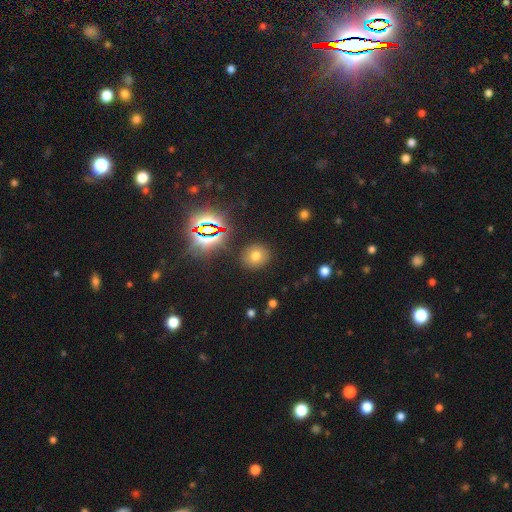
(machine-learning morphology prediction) A smooth galaxy with no disk features (66%) that is round (78%).

Vote fractions:
- Smooth or featured? smooth: 66% / star or artifact: 23% / featured or disk: 11%
- How rounded? round: 78% / in between: 21% / cigar-shaped: 1%
- Merging? none: 87% / minor disturbance: 8% / major disturbance: 3% / merger: 2%